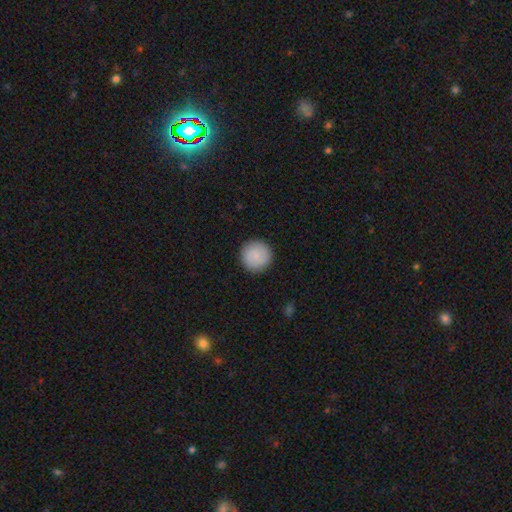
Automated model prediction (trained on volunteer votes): This appears to be a smooth galaxy with no disk features (87%) that is round (96%). Merging: none (92%).